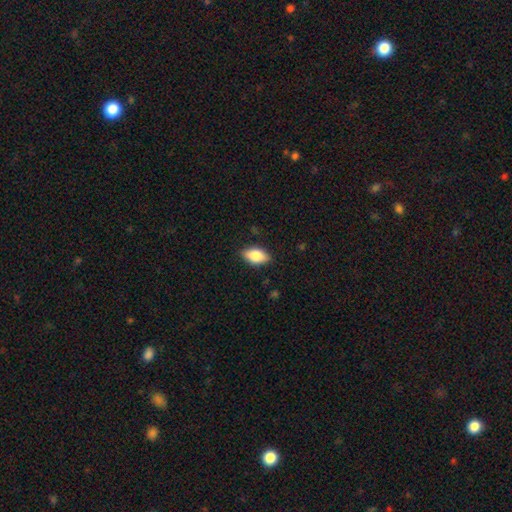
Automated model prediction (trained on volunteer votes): A smooth galaxy with no disk features (81%) that is in between round and cigar-shaped (91%). Merging: none (86%).